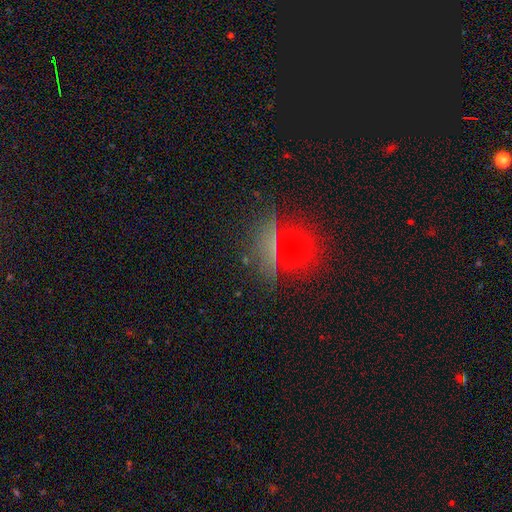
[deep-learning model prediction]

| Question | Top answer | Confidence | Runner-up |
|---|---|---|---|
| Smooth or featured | star or artifact | 43% | smooth (39%) |